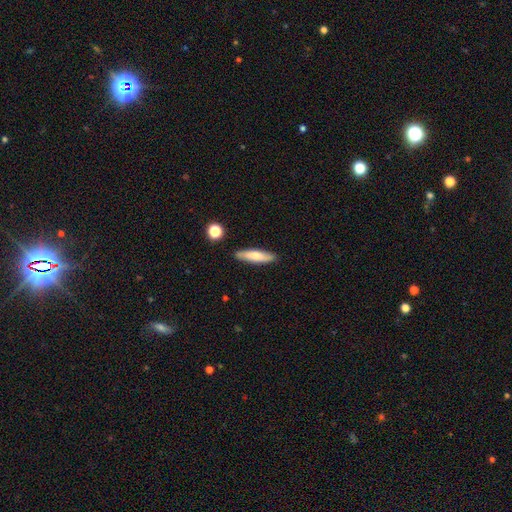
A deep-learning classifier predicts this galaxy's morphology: This is likely a smooth galaxy (71%). How rounded: likely cigar-shaped (73%). Merging: clearly none (84%).